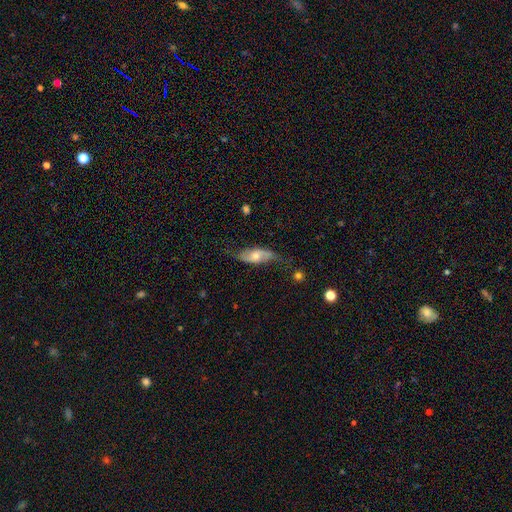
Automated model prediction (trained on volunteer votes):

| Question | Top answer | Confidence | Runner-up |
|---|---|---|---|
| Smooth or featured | featured or disk | 55% | smooth (39%) |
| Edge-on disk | no | 82% | yes (18%) |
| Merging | none | 60% | minor disturbance (28%) |